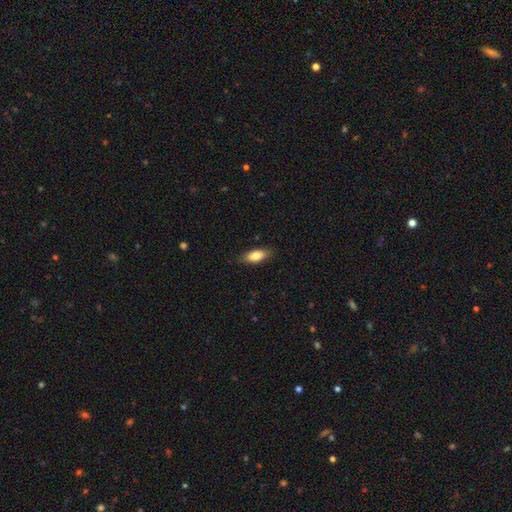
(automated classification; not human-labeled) Q: Smooth or featured?
A: smooth (78%); runner-up: featured or disk (16%)
Q: How rounded?
A: in between (82%); runner-up: cigar-shaped (15%)
Q: Merging?
A: none (84%); runner-up: minor disturbance (12%)